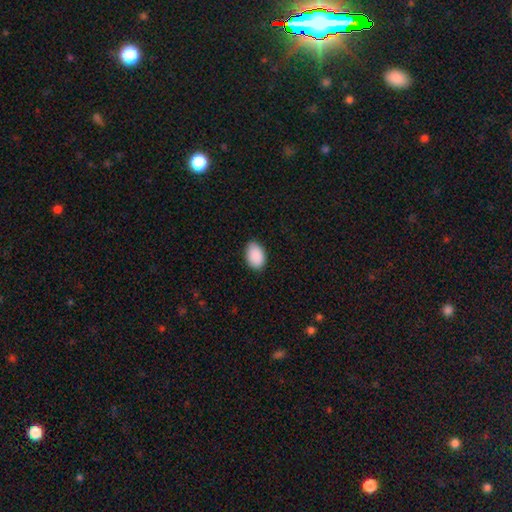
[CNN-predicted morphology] Smooth or featured?
  - smooth: 91% *
  - star or artifact: 6%
  - featured or disk: 3%
How rounded?
  - in between: 90% *
  - round: 9%
  - cigar-shaped: 1%
Merging?
  - none: 85% *
  - minor disturbance: 12%
  - major disturbance: 2%
  - merger: 1%